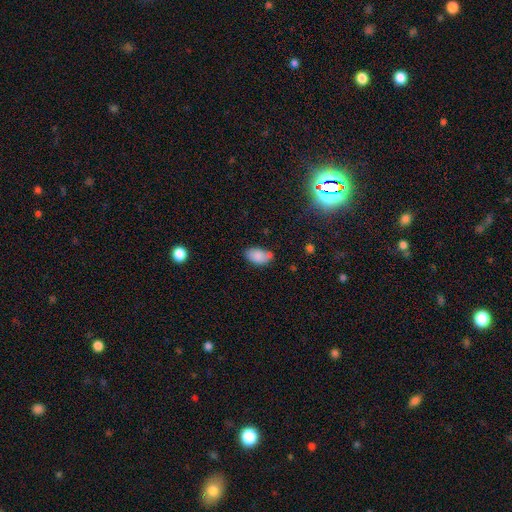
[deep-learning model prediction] Morphology: type=smooth (83%); roundness=in between (90%); merging=none (55%).